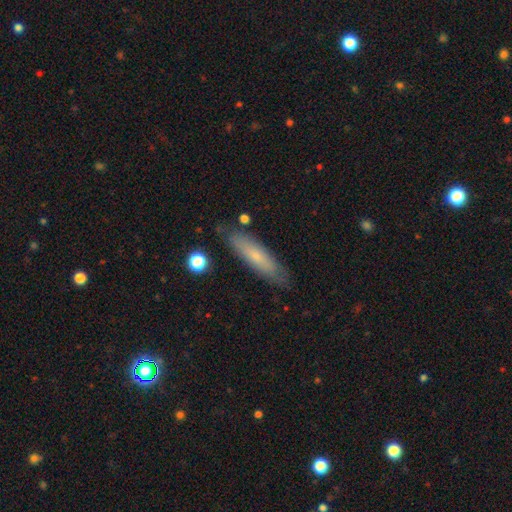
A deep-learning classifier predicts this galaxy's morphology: Smooth or featured: smooth — 65% (featured or disk — 29%)
How rounded: cigar-shaped — 74% (in between — 24%)
Merging: none — 82% (minor disturbance — 13%)